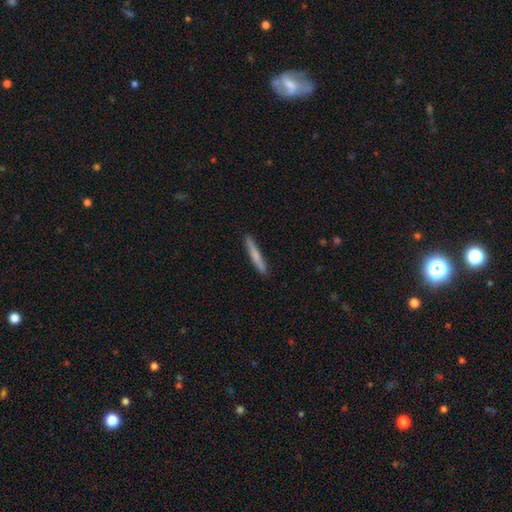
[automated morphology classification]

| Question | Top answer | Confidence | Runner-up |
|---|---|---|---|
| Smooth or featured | smooth | 67% | featured or disk (27%) |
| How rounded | cigar-shaped | 96% | in between (3%) |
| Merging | none | 90% | minor disturbance (7%) |